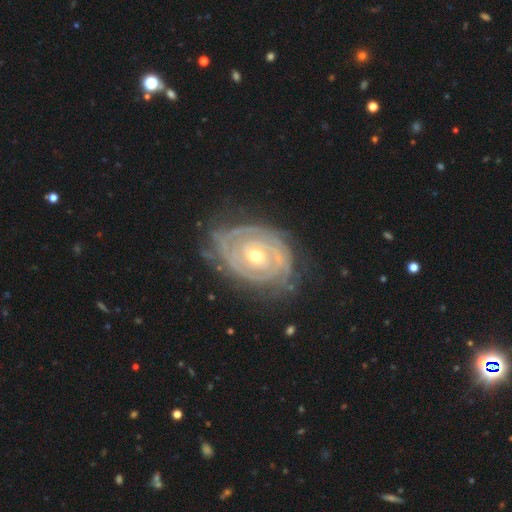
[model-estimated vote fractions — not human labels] Smooth or featured? featured or disk (88%)
Edge-on disk? no (96%)
Bar? no (75%)
Spiral arms? yes (93%)
Spiral winding? tight (84%)
Spiral arm count? can't tell (32%)
Bulge size? moderate (54%)
Merging? none (72%)